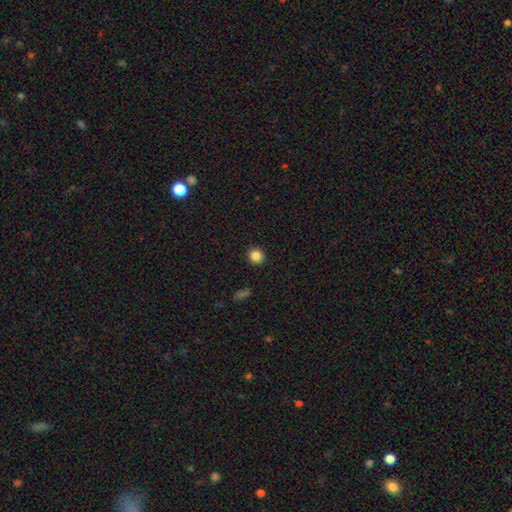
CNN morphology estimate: smooth_or_featured: smooth (p=0.85) [alt: star or artifact p=0.11]
how_rounded: round (p=0.93) [alt: in between p=0.06]
merging: none (p=0.93) [alt: minor disturbance p=0.05]